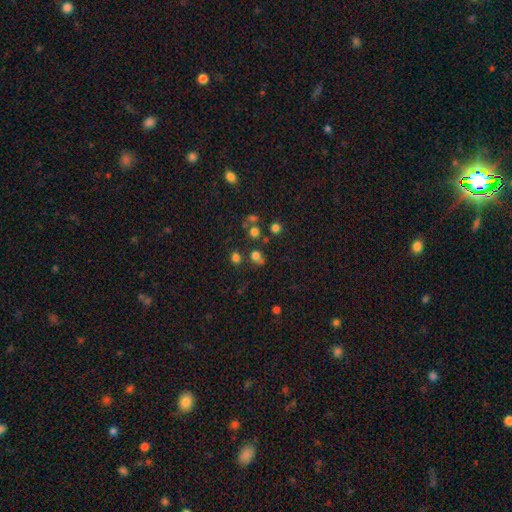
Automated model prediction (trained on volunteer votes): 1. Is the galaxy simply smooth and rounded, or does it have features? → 69% smooth, 23% star or artifact, 8% featured or disk.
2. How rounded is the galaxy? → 75% round, 24% in between, 1% cigar-shaped.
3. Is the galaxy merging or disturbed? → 63% none, 18% merger, 13% minor disturbance, 7% major disturbance.